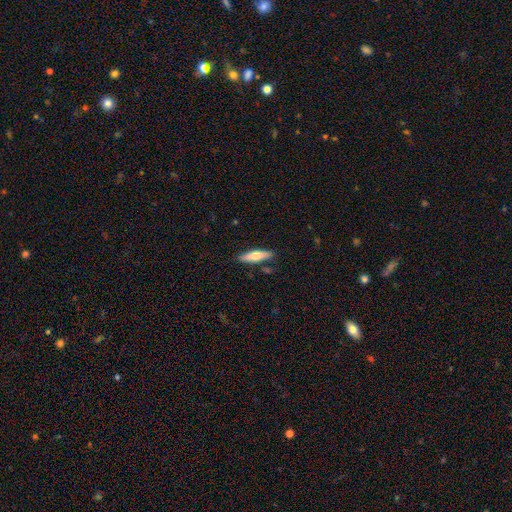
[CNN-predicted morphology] type=smooth (60%); roundness=cigar-shaped (70%); merging=none (83%).